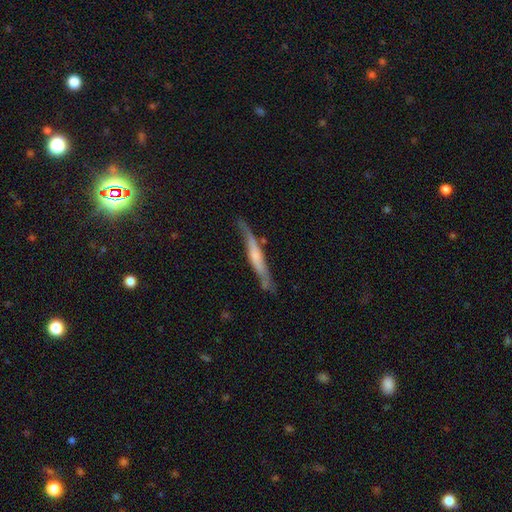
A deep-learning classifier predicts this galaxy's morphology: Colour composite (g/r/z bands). It shows a featured or disk galaxy (57%) viewed edge-on (89%) with no central bulge (39%). Merging: none (68%).